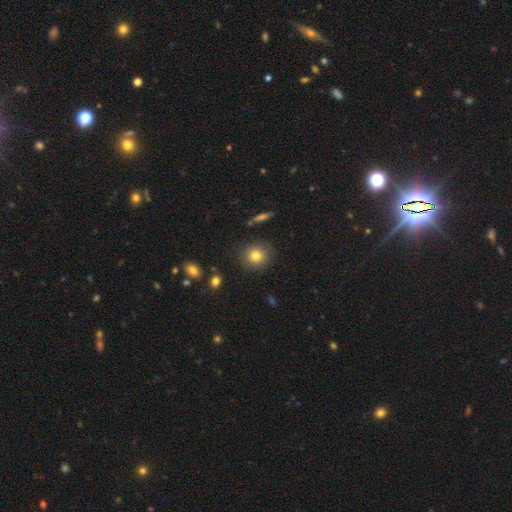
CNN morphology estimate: The model was most divided on "smooth or featured": smooth: 79%, featured or disk: 11%, star or artifact: 10%. More confident: how rounded — round (87%); merging — none (86%).